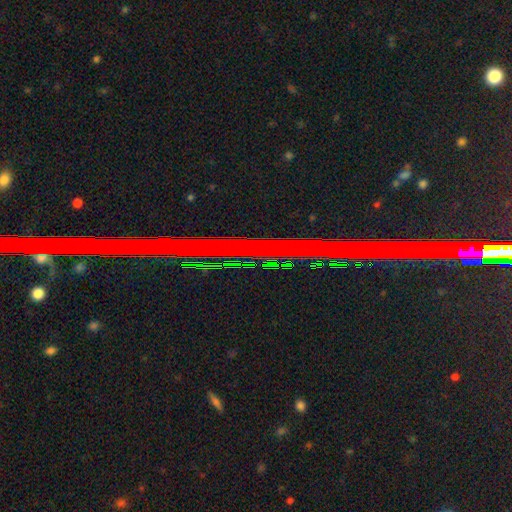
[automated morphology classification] Smooth or featured? Predicted: star or artifact (p=0.85).